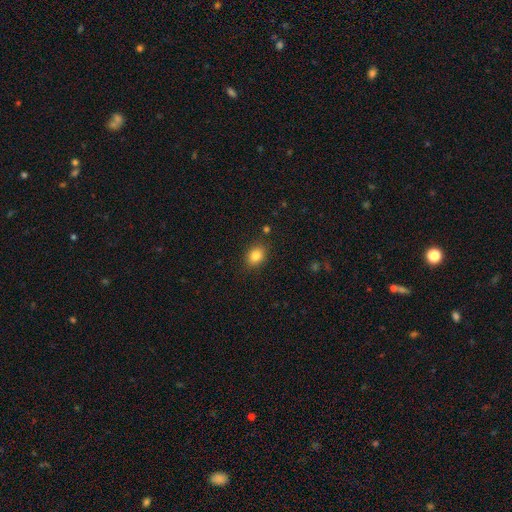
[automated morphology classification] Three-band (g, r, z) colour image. It shows a smooth galaxy with no disk features (84%) that is in between round and cigar-shaped (59%). Merging: none (85%).